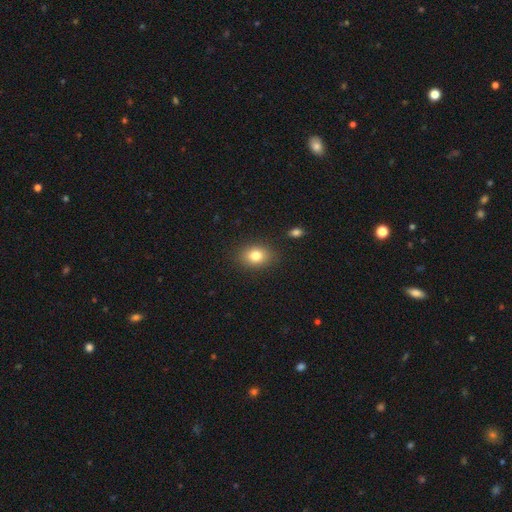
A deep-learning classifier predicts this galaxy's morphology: Smooth or featured? smooth (80%)
How rounded? in between (62%)
Merging? none (87%)